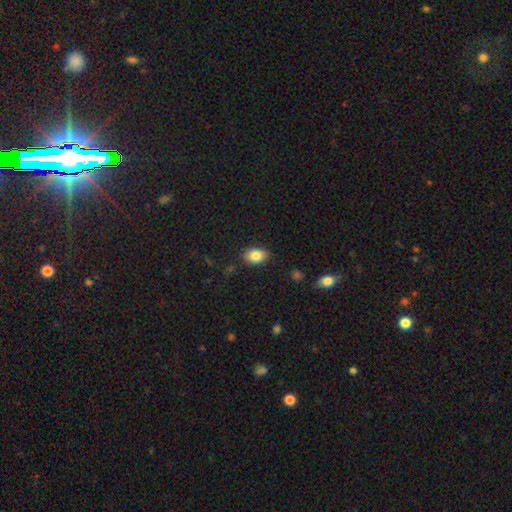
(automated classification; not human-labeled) This is clearly a smooth galaxy (83%). How rounded: clearly in between (83%). Merging: clearly none (86%).